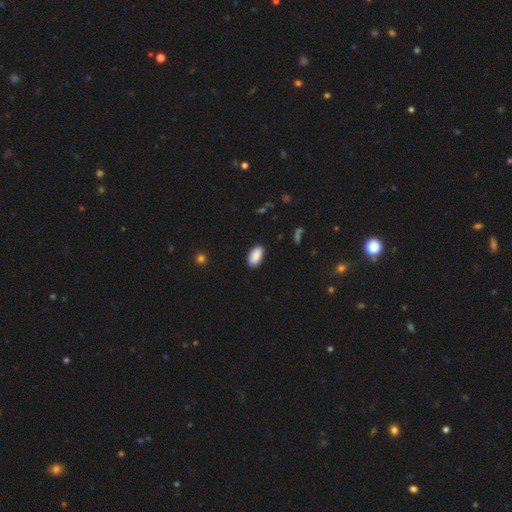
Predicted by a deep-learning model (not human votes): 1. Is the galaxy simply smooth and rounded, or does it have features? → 89% smooth, 7% star or artifact, 4% featured or disk.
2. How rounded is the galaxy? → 94% in between, 3% cigar-shaped, 3% round.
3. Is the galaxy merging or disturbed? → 86% none, 11% minor disturbance, 2% major disturbance, 1% merger.